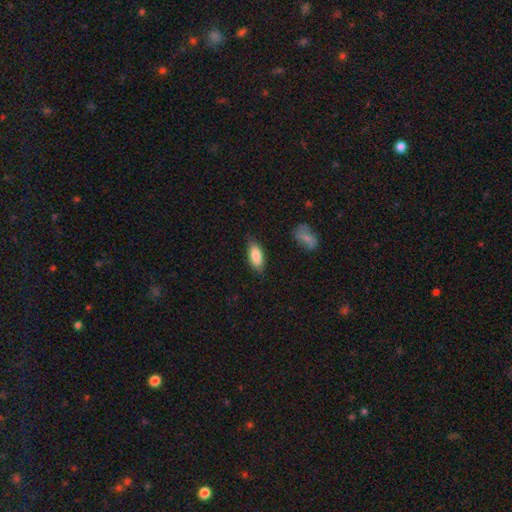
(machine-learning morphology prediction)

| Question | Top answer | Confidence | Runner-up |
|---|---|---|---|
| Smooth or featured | smooth | 85% | featured or disk (9%) |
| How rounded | in between | 85% | cigar-shaped (13%) |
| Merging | none | 78% | minor disturbance (17%) |